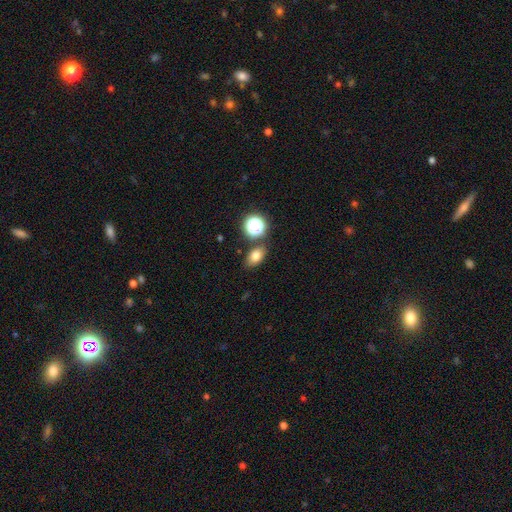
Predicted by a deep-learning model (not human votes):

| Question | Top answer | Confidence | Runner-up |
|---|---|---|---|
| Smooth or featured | smooth | 75% | star or artifact (15%) |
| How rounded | in between | 78% | round (20%) |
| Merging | none | 77% | minor disturbance (11%) |